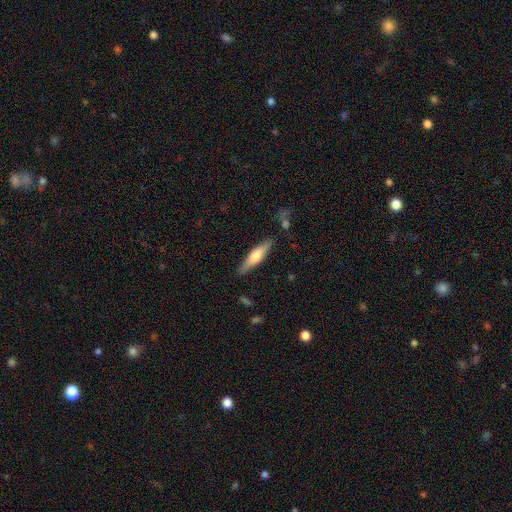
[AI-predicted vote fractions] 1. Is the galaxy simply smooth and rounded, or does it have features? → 55% smooth, 40% featured or disk, 6% star or artifact.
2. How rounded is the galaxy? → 74% cigar-shaped, 25% in between, 2% round.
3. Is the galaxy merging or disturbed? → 86% none, 10% minor disturbance, 2% major disturbance, 2% merger.